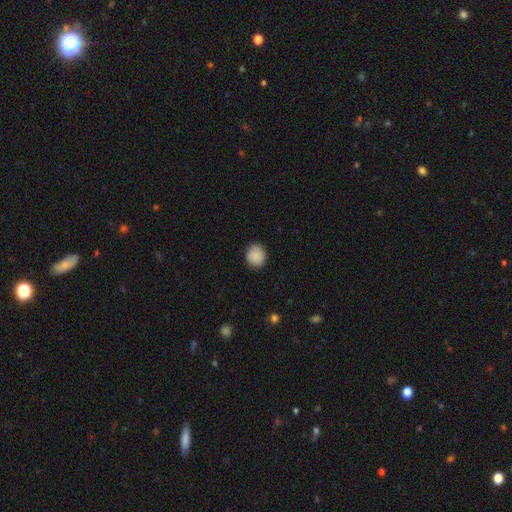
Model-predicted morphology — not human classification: smooth_or_featured: smooth (p=0.89) [alt: star or artifact p=0.08]
how_rounded: round (p=0.79) [alt: in between p=0.20]
merging: none (p=0.88) [alt: minor disturbance p=0.09]